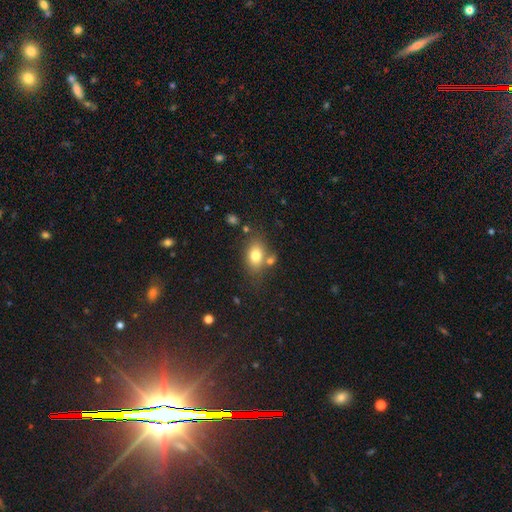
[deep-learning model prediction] Smooth or featured?
  - smooth: 77% *
  - featured or disk: 13%
  - star or artifact: 10%
How rounded?
  - in between: 76% *
  - round: 23%
  - cigar-shaped: 2%
Merging?
  - none: 64% *
  - merger: 16%
  - minor disturbance: 15%
  - major disturbance: 5%